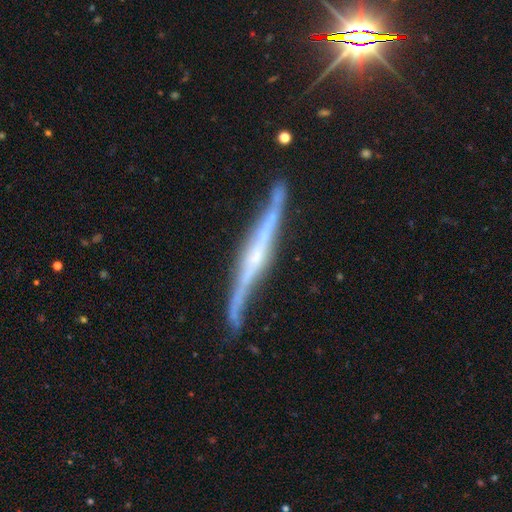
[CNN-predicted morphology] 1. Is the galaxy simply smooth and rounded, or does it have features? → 82% featured or disk, 13% smooth, 6% star or artifact.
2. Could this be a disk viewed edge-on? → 95% yes, 5% no.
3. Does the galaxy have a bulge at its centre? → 40% rounded, 37% none, 23% boxy.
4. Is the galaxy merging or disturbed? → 69% none, 22% minor disturbance, 5% major disturbance, 4% merger.